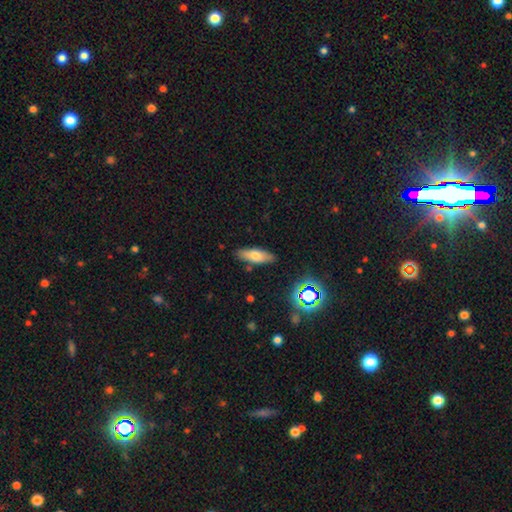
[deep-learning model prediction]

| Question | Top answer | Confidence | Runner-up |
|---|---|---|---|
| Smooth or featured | smooth | 67% | featured or disk (23%) |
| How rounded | in between | 61% | cigar-shaped (37%) |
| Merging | none | 84% | minor disturbance (11%) |